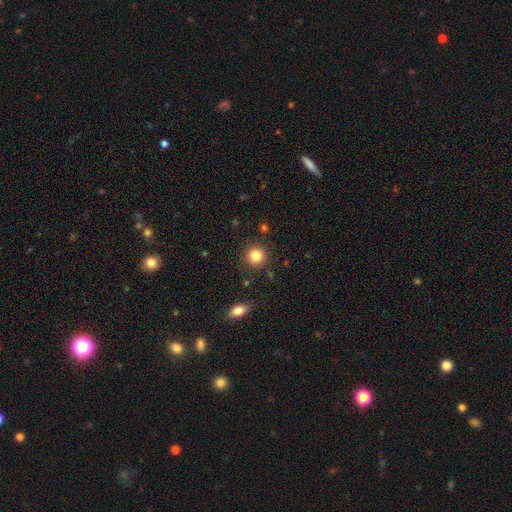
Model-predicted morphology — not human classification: This appears to be a smooth galaxy with no disk features (84%) that is round (92%). Merging: none (88%).